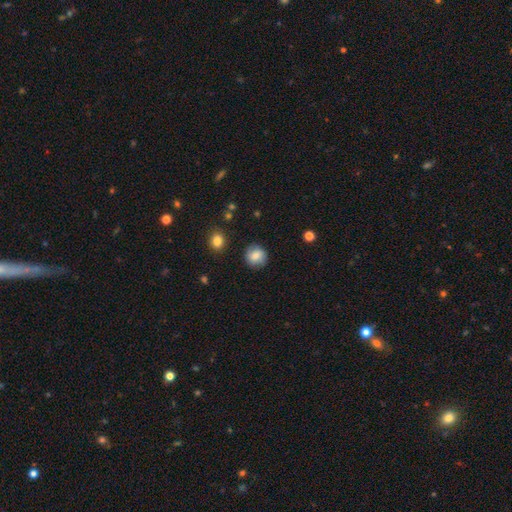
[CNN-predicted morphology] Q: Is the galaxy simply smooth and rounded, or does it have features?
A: smooth — 79%.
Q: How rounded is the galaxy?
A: round — 88%.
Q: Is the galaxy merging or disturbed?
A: none — 85%.